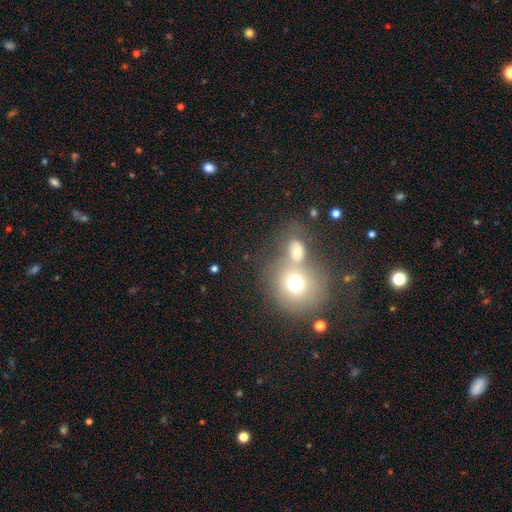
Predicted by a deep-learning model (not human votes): The model was most divided on "merging": merger: 47%, none: 38%, minor disturbance: 9%, major disturbance: 6%. More confident: how rounded — round (82%); smooth or featured — smooth (55%).